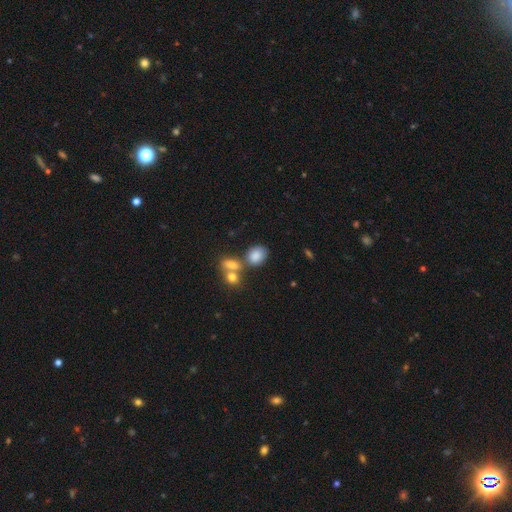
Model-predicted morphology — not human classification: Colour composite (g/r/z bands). It shows a smooth galaxy with no disk features (82%) that is in between round and cigar-shaped (60%). Merging: none (50%).